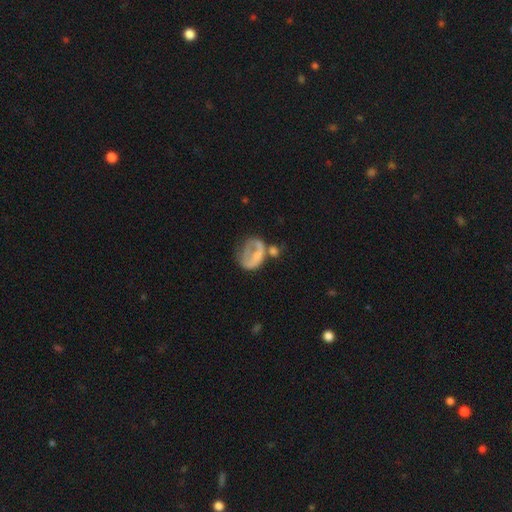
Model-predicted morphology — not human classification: smooth_or_featured: smooth (p=0.45) [tied with: featured or disk p=0.45]
merging: major disturbance (p=0.36) [alt: none p=0.25]